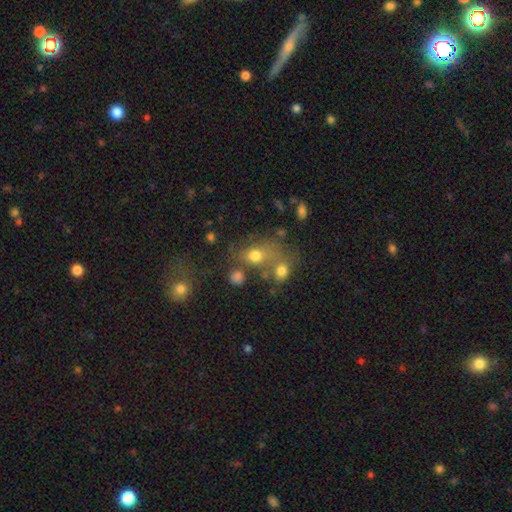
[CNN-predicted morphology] Smooth or featured? Predicted: smooth (p=0.69). How rounded? Predicted: in between (p=0.50). Merging? Predicted: none (p=0.40).